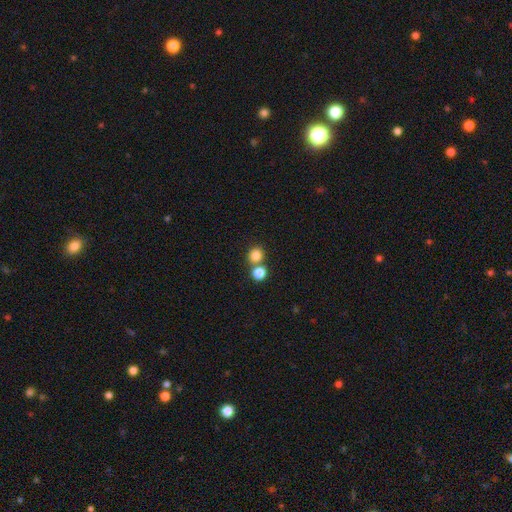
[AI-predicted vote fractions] Q: Smooth or featured?
A: smooth (81%); runner-up: star or artifact (13%)
Q: How rounded?
A: round (84%); runner-up: in between (15%)
Q: Merging?
A: none (58%); runner-up: merger (33%)